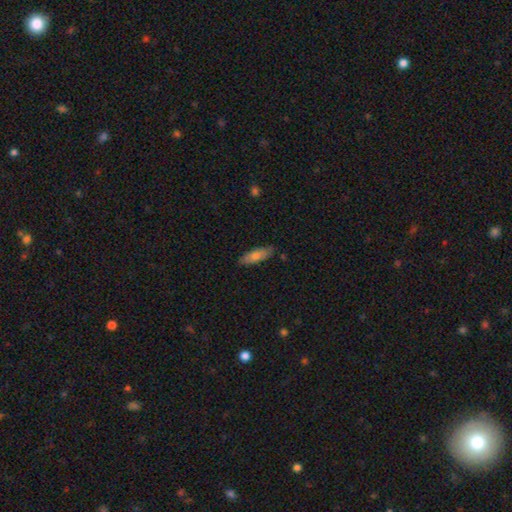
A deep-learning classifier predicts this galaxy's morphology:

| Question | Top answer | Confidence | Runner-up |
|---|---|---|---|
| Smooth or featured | smooth | 72% | featured or disk (22%) |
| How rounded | cigar-shaped | 50% | in between (48%) |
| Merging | none | 84% | minor disturbance (12%) |